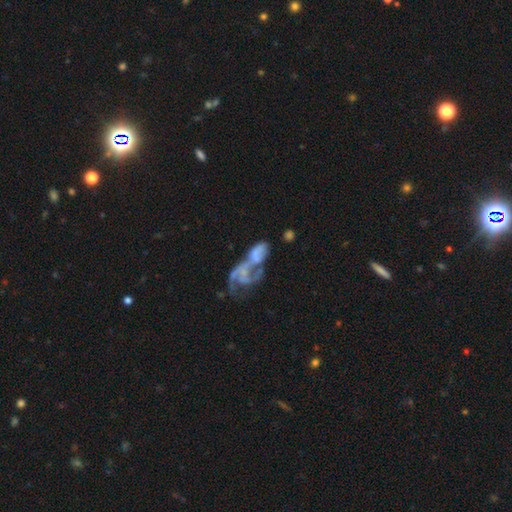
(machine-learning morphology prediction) Smooth or featured: featured or disk — 60% (smooth — 29%)
Edge-on disk: no — 96% (yes — 4%)
Bar: no — 79% (weak — 16%)
Spiral arms: no — 57% (yes — 43%)
Bulge size: none — 63% (small — 21%)
Merging: merger — 55% (major disturbance — 25%)